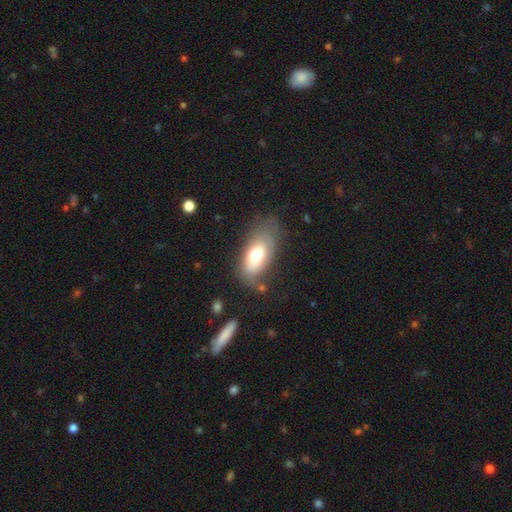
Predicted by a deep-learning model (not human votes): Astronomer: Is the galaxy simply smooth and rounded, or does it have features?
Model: smooth — 64%.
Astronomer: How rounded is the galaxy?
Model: in between — 91%.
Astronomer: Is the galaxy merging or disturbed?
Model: none — 58%.